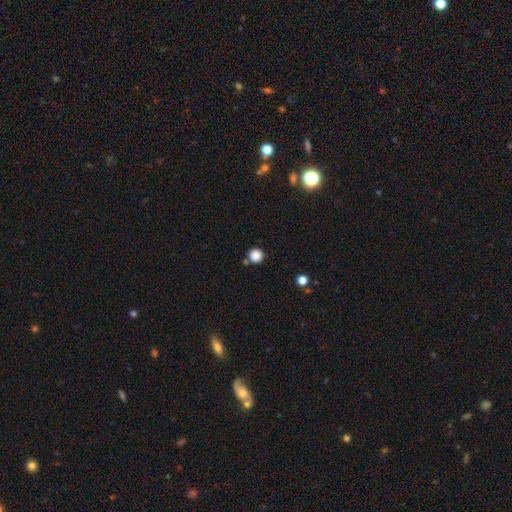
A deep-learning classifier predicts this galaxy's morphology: Q: Smooth or featured?
A: smooth (85%); runner-up: star or artifact (12%)
Q: How rounded?
A: round (96%); runner-up: in between (3%)
Q: Merging?
A: none (85%); runner-up: minor disturbance (7%)